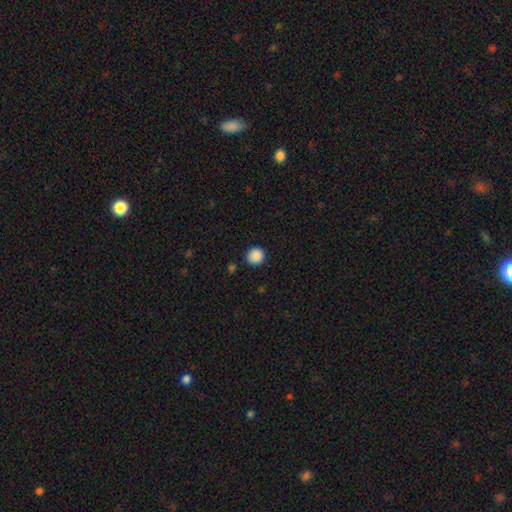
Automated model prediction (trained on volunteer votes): Q: Smooth or featured?
A: smooth (89%); runner-up: star or artifact (9%)
Q: How rounded?
A: round (93%); runner-up: in between (6%)
Q: Merging?
A: none (90%); runner-up: minor disturbance (7%)